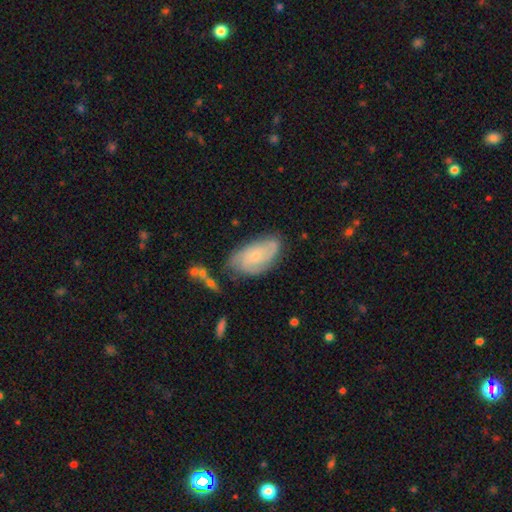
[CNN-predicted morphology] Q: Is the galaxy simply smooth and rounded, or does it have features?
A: featured or disk — 60%.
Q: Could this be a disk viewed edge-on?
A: no — 95%.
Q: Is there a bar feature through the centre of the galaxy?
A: no — 70%.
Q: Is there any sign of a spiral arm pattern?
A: yes — 90%.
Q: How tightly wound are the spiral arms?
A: tight — 46%.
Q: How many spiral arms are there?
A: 2 — 35%.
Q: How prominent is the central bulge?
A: small — 60%.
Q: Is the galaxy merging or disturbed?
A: none — 64%.